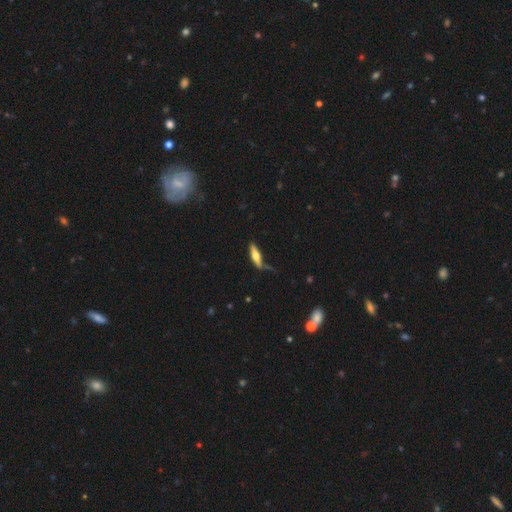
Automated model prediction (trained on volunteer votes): Smooth or featured? featured or disk (49%)
Merging? none (68%)